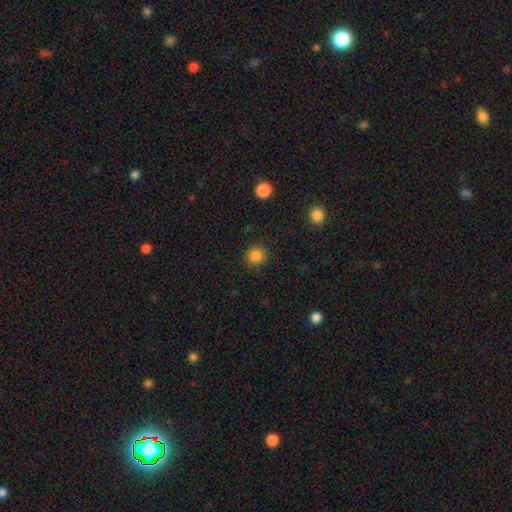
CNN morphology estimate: Overall: smooth (85%). How rounded: round (93%). Merging: none (89%).